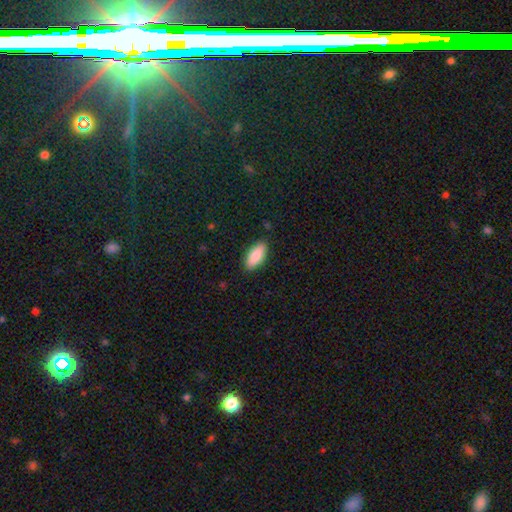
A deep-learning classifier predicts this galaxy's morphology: Smooth or featured?
  - smooth: 87% *
  - featured or disk: 7%
  - star or artifact: 6%
How rounded?
  - in between: 84% *
  - cigar-shaped: 14%
  - round: 2%
Merging?
  - none: 86% *
  - minor disturbance: 10%
  - major disturbance: 2%
  - merger: 1%